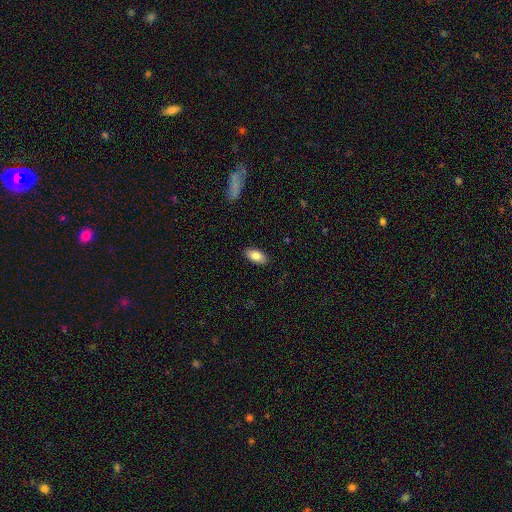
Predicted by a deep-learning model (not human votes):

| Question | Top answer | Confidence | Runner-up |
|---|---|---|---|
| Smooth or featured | smooth | 84% | featured or disk (9%) |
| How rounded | in between | 93% | cigar-shaped (4%) |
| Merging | none | 88% | minor disturbance (9%) |